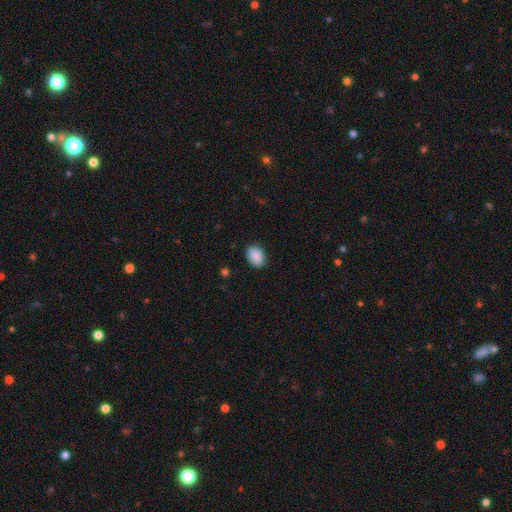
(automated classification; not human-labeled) smooth_or_featured: smooth (p=0.90) [alt: star or artifact p=0.07]
how_rounded: in between (p=0.81) [alt: round p=0.18]
merging: none (p=0.86) [alt: minor disturbance p=0.11]